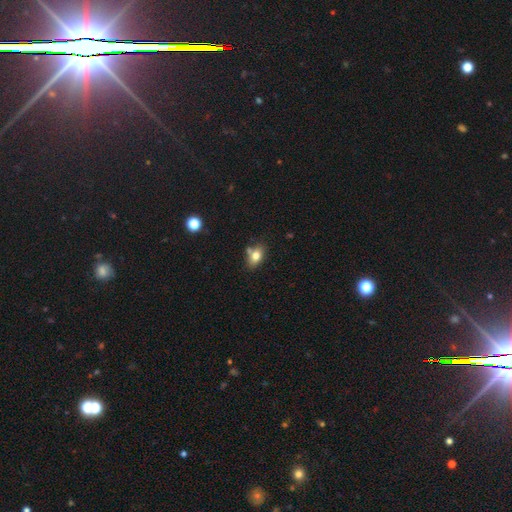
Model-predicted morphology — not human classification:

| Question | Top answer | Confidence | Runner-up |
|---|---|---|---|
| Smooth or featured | smooth | 77% | featured or disk (13%) |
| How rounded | in between | 78% | round (19%) |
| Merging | none | 63% | minor disturbance (18%) |